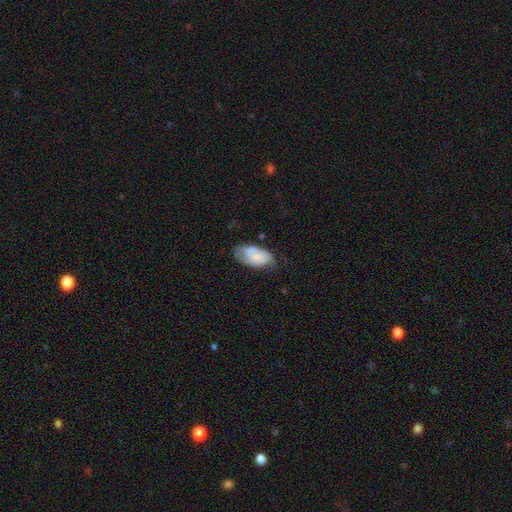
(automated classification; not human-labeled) This is likely a smooth galaxy (63%). How rounded: clearly in between (94%). Merging: possibly none (50%).